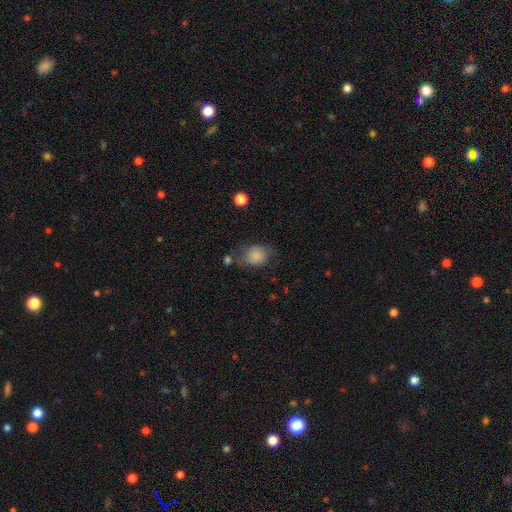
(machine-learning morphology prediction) smooth-or-featured: smooth: 83% | star or artifact: 8% | featured or disk: 8%
  how-rounded: in between: 54% | round: 45% | cigar-shaped: 1%
  merging: none: 59% | minor disturbance: 26% | major disturbance: 11% | merger: 5%